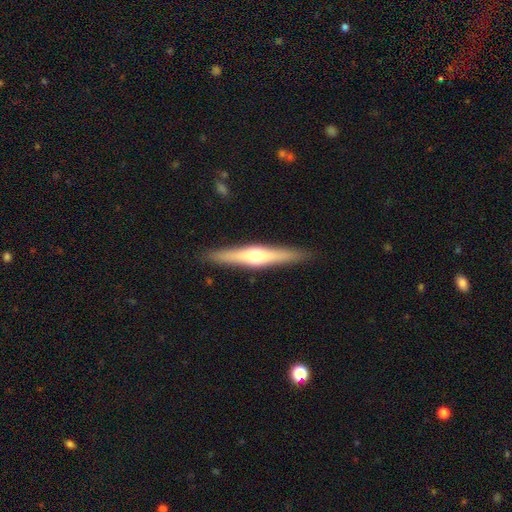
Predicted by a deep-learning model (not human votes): smooth_or_featured: featured or disk (p=0.64) [alt: smooth p=0.31]
disk_edge_on: yes (p=0.96) [alt: no p=0.04]
edge_on_bulge: rounded (p=0.90) [alt: boxy p=0.05]
merging: none (p=0.90) [alt: minor disturbance p=0.07]